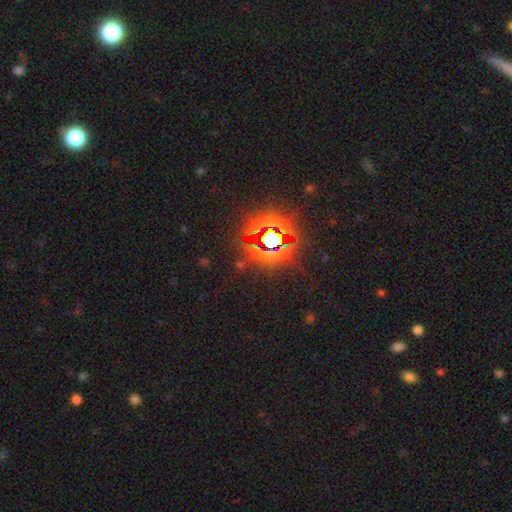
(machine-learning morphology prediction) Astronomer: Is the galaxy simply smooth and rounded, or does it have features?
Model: star or artifact — 85%.